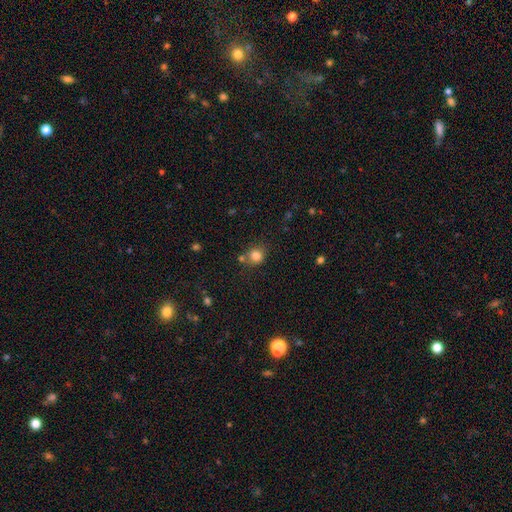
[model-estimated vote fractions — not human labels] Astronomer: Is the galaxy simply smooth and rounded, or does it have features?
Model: smooth — 81%.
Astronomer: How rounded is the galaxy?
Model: round — 82%.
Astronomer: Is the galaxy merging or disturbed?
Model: none — 68%.